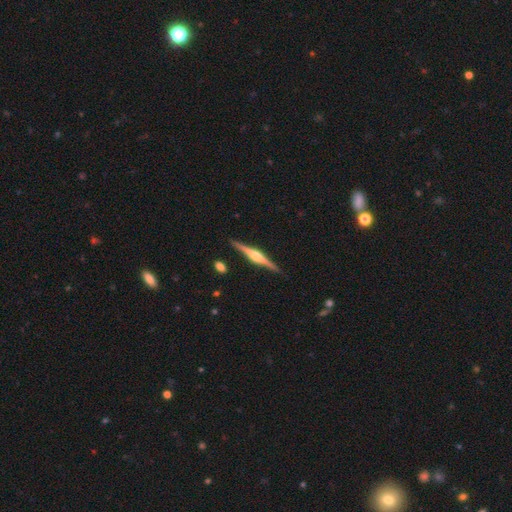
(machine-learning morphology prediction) smooth_or_featured: featured or disk (p=0.82) [alt: smooth p=0.13]
disk_edge_on: yes (p=0.98) [alt: no p=0.02]
edge_on_bulge: rounded (p=0.88) [alt: boxy p=0.09]
merging: none (p=0.90) [alt: minor disturbance p=0.07]